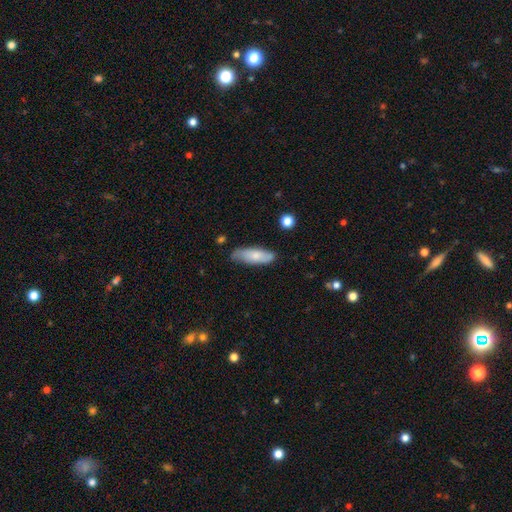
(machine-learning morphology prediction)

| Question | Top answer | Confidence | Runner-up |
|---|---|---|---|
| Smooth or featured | smooth | 73% | featured or disk (21%) |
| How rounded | in between | 57% | cigar-shaped (41%) |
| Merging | none | 74% | minor disturbance (21%) |